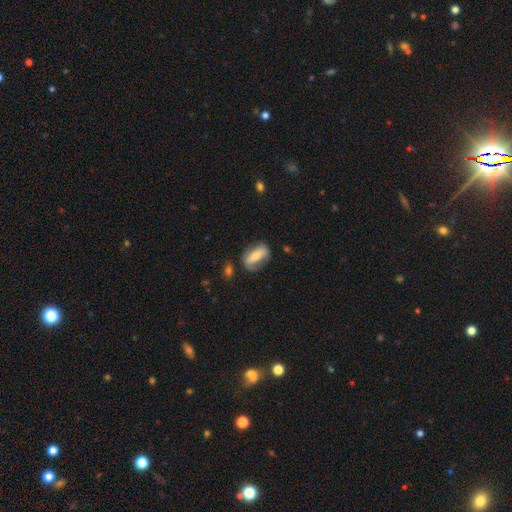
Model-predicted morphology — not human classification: A smooth galaxy with no disk features (59%) that is in between round and cigar-shaped (78%).

Vote fractions:
- Smooth or featured? smooth: 59% / featured or disk: 35% / star or artifact: 7%
- How rounded? in between: 78% / cigar-shaped: 15% / round: 7%
- Merging? none: 64% / minor disturbance: 23% / major disturbance: 10% / merger: 3%